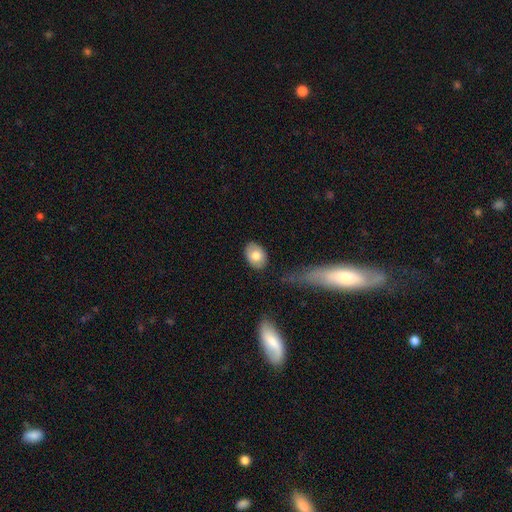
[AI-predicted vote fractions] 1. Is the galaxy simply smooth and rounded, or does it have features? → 75% smooth, 18% featured or disk, 7% star or artifact.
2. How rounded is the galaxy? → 72% in between, 27% round, 1% cigar-shaped.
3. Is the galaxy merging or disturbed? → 83% none, 12% minor disturbance, 3% major disturbance, 2% merger.